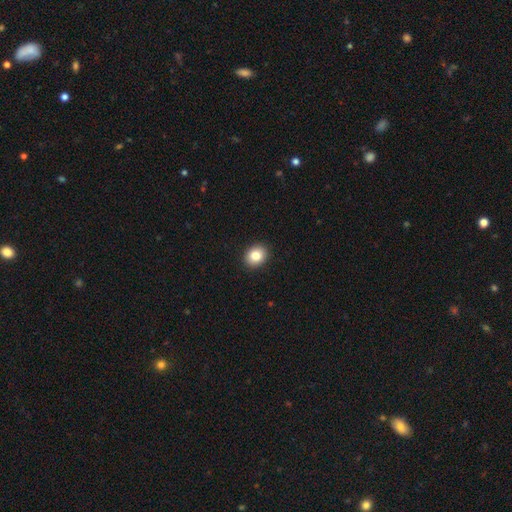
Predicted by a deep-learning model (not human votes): A smooth galaxy with no disk features (83%) that is round (59%).

Vote fractions:
- Smooth or featured? smooth: 83% / star or artifact: 9% / featured or disk: 8%
- How rounded? round: 59% / in between: 40% / cigar-shaped: 1%
- Merging? none: 92% / minor disturbance: 6% / major disturbance: 2% / merger: 1%